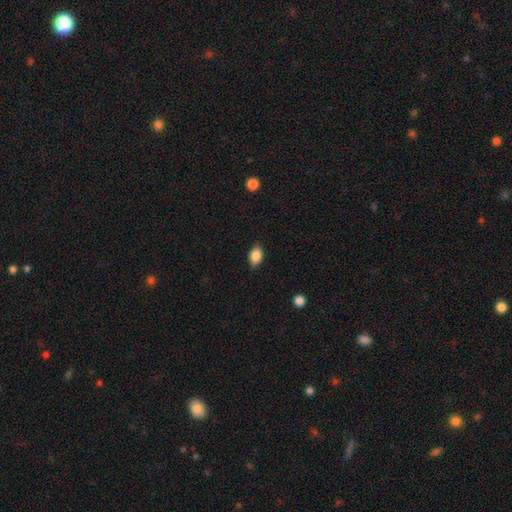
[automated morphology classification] smooth_or_featured: smooth (p=0.86) [alt: star or artifact p=0.08]
how_rounded: in between (p=0.88) [alt: round p=0.09]
merging: none (p=0.85) [alt: minor disturbance p=0.11]